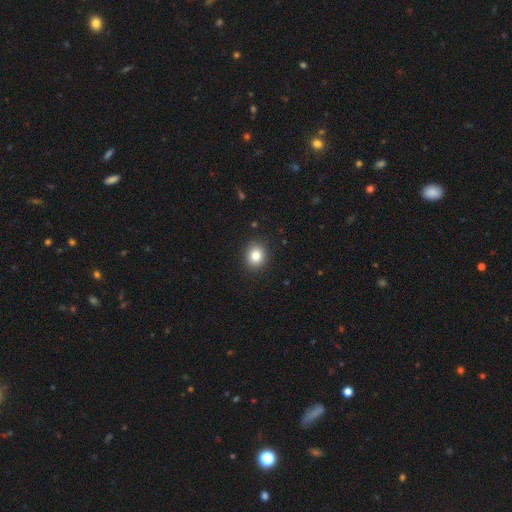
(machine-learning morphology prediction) Smooth or featured? Predicted: smooth (p=0.84). How rounded? Predicted: round (p=0.68). Merging? Predicted: none (p=0.90).